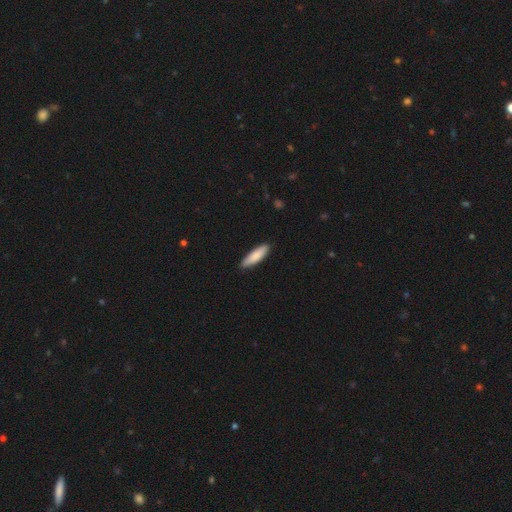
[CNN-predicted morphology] Q: Smooth or featured?
A: smooth (85%); runner-up: featured or disk (10%)
Q: How rounded?
A: cigar-shaped (59%); runner-up: in between (39%)
Q: Merging?
A: none (86%); runner-up: minor disturbance (11%)